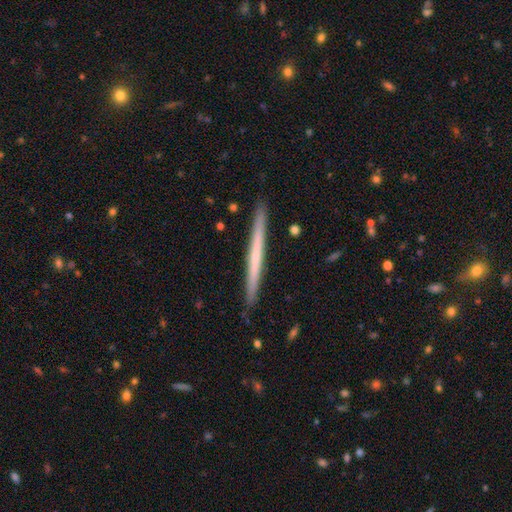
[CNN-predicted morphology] A featured or disk galaxy (51%) viewed edge-on (97%).

Vote fractions:
- Smooth or featured? featured or disk: 51% / smooth: 44% / star or artifact: 5%
- Edge-on disk? yes: 97% / no: 3%
- Merging? none: 91% / minor disturbance: 7% / major disturbance: 1% / merger: 1%